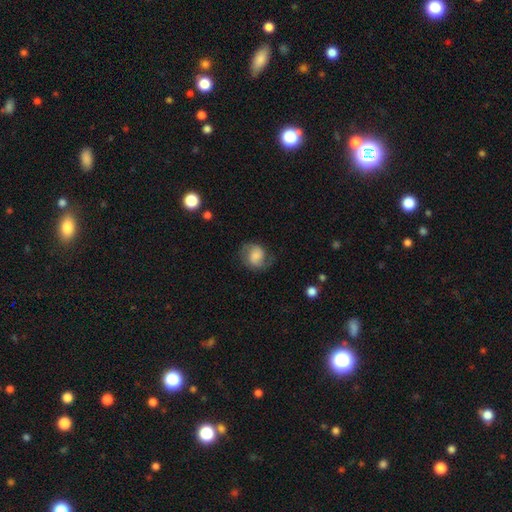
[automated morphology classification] type=smooth (48%); merging=none (64%).